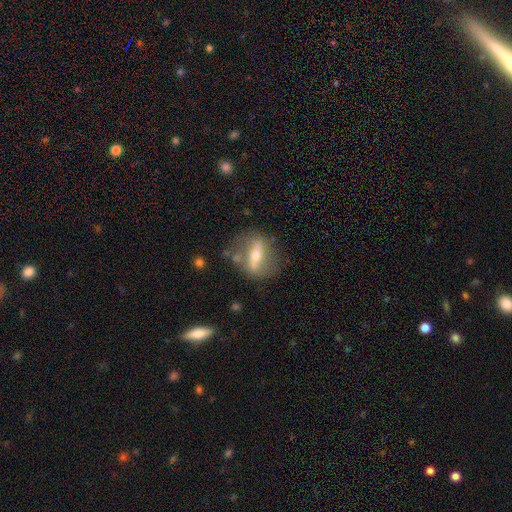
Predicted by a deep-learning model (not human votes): Smooth or featured? Predicted: featured or disk (p=0.69). Edge-on disk? Predicted: no (p=0.62). Merging? Predicted: none (p=0.72).